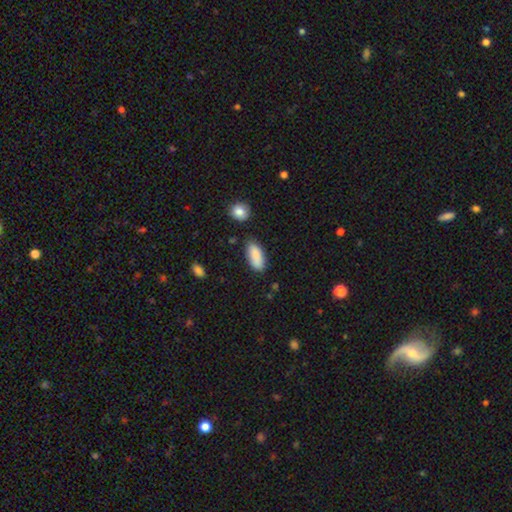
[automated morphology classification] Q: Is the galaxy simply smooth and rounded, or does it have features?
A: smooth — 88%.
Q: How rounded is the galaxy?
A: in between — 84%.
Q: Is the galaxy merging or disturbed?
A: none — 78%.